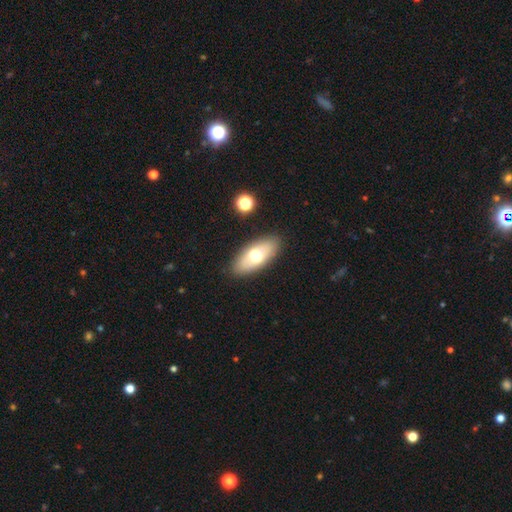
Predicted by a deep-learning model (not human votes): Smooth or featured?
  - smooth: 61% *
  - featured or disk: 32%
  - star or artifact: 8%
How rounded?
  - in between: 85% *
  - cigar-shaped: 11%
  - round: 4%
Merging?
  - none: 86% *
  - minor disturbance: 9%
  - major disturbance: 3%
  - merger: 2%